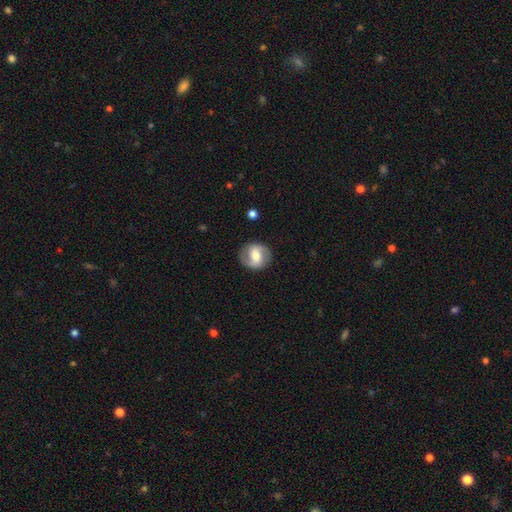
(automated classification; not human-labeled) The model was most divided on "bar": weak: 43%, strong: 32%, no: 25%. Remaining: edge-on disk — no (97%); spiral arm count — 2 (89%); merging — none (85%); spiral arms — yes (85%); smooth or featured — featured or disk (66%); bulge size — moderate (63%); spiral winding — medium (47%).